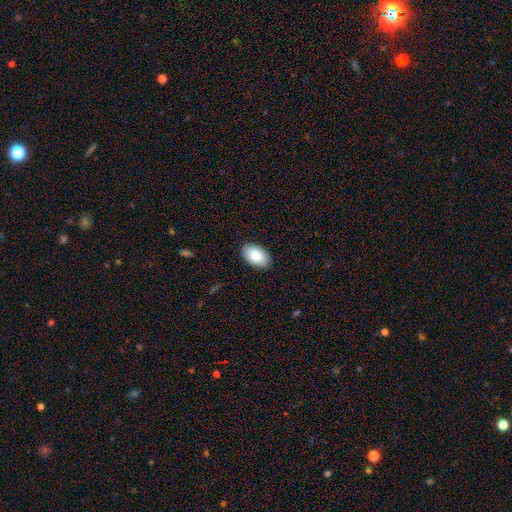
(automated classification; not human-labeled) Smooth or featured? smooth (85%)
How rounded? in between (94%)
Merging? none (88%)